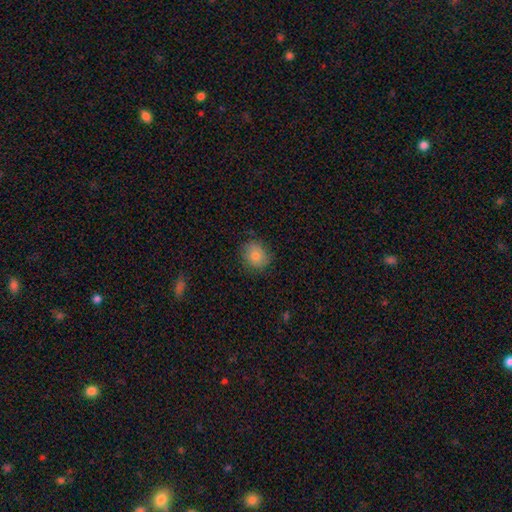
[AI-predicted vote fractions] smooth-or-featured: smooth: 79% | featured or disk: 11% | star or artifact: 10%
  how-rounded: round: 75% | in between: 24% | cigar-shaped: 1%
  merging: none: 83% | minor disturbance: 13% | major disturbance: 3% | merger: 1%